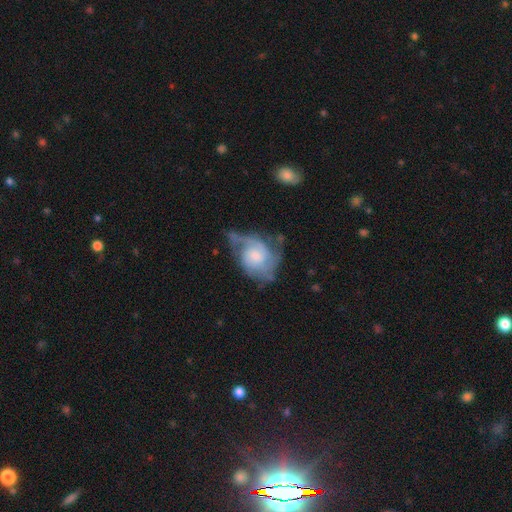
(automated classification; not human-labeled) smooth_or_featured: featured or disk (p=0.75) [alt: smooth p=0.20]
disk_edge_on: no (p=0.97) [alt: yes p=0.03]
bar: no (p=0.69) [alt: weak p=0.28]
has_spiral_arms: yes (p=0.89) [alt: no p=0.11]
spiral_winding: medium (p=0.43) [alt: tight p=0.35]
spiral_arm_count: 2 (p=0.44) [alt: can't tell p=0.26]
bulge_size: moderate (p=0.44) [alt: small p=0.39]
merging: none (p=0.40) [alt: minor disturbance p=0.29]